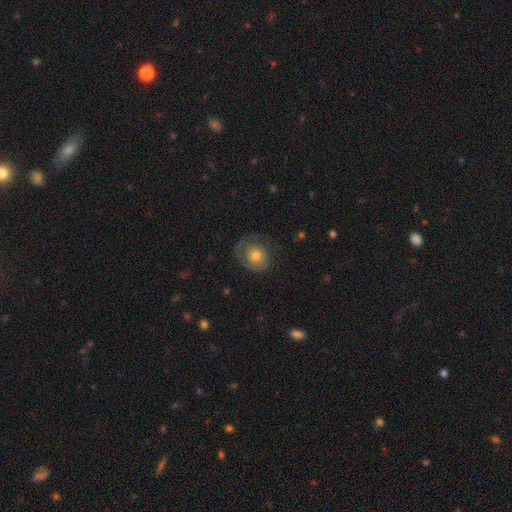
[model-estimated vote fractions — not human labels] A featured or disk galaxy (49%).

Vote fractions:
- Smooth or featured? featured or disk: 49% / smooth: 43% / star or artifact: 8%
- Merging? none: 62% / minor disturbance: 20% / major disturbance: 17% / merger: 1%